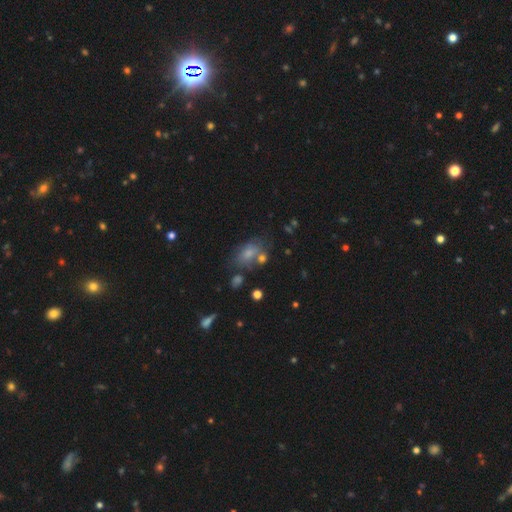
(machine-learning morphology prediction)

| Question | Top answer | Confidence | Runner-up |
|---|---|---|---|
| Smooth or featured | smooth | 58% | star or artifact (21%) |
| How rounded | in between | 77% | round (20%) |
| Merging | none | 56% | minor disturbance (20%) |